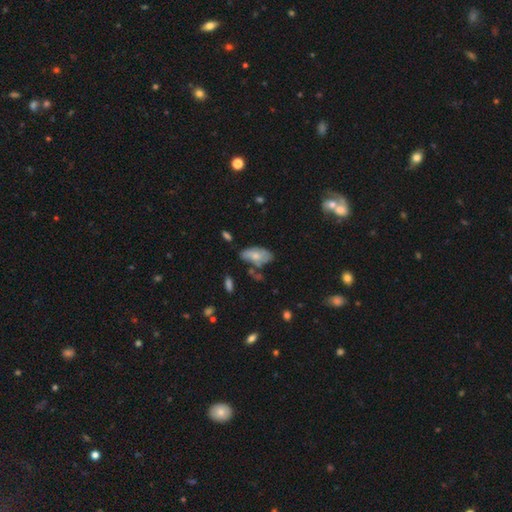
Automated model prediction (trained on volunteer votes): Smooth or featured: smooth — 66% (featured or disk — 28%)
How rounded: in between — 92% (cigar-shaped — 5%)
Merging: none — 54% (minor disturbance — 29%)